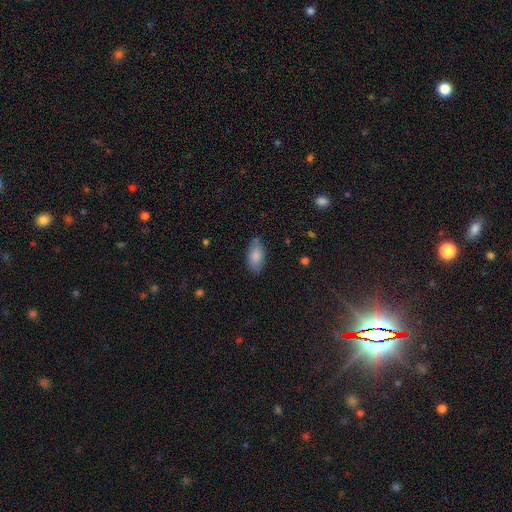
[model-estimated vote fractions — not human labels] This is clearly a smooth galaxy (84%). How rounded: clearly in between (92%). Merging: likely none (77%).